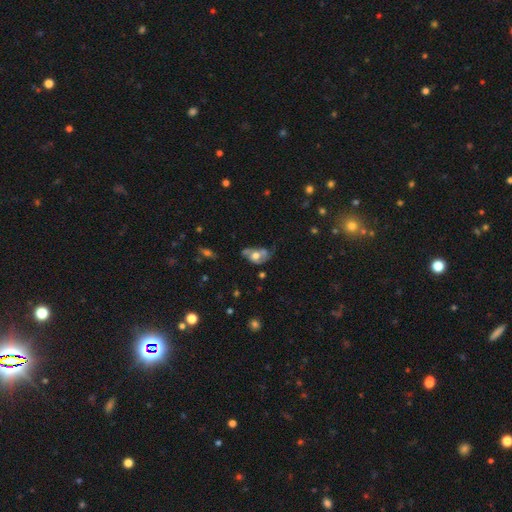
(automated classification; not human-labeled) Morphology: type=featured or disk (51%); edge-on=no (92%); merging=none (31%).